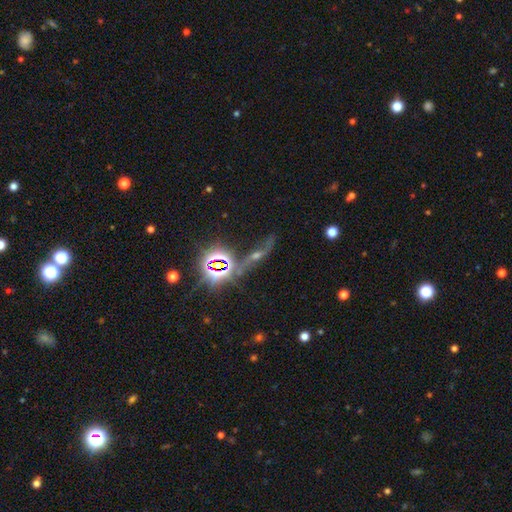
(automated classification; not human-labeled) The model was most divided on "smooth or featured": featured or disk: 43%, star or artifact: 41%, smooth: 16%. More confident: merging — none (59%).